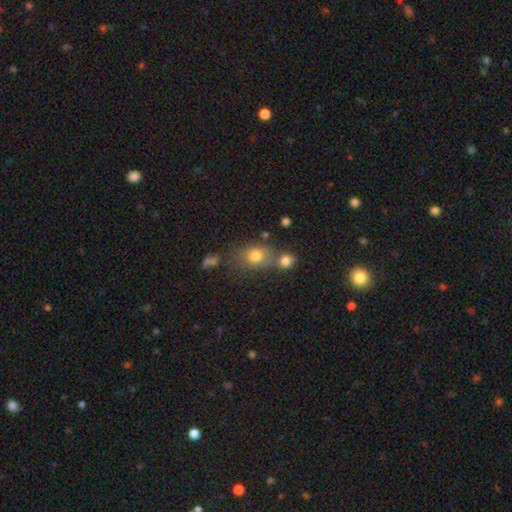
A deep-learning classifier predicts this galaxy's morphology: Q: Smooth or featured?
A: smooth (76%); runner-up: star or artifact (13%)
Q: How rounded?
A: in between (53%); runner-up: round (45%)
Q: Merging?
A: none (51%); runner-up: merger (29%)